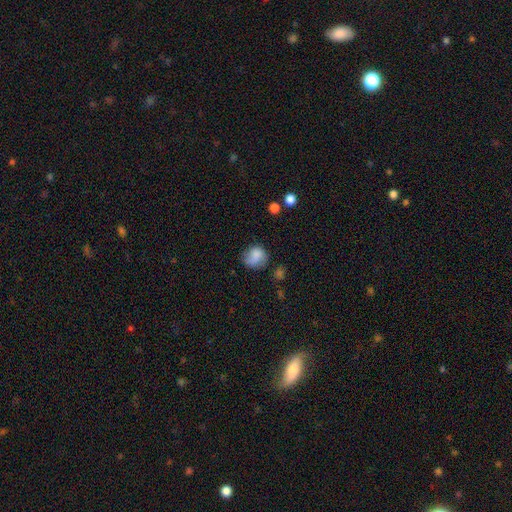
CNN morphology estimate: Overall: smooth (79%). How rounded: round (67%; in between 32%). Merging: none (53%; minor disturbance 31%).